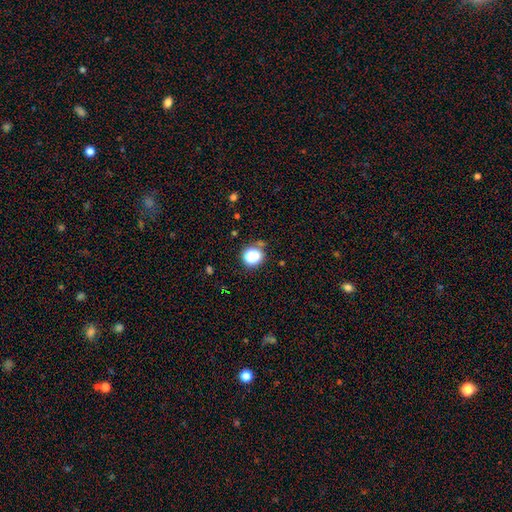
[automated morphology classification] type=smooth (67%); roundness=round (88%); merging=none (78%).